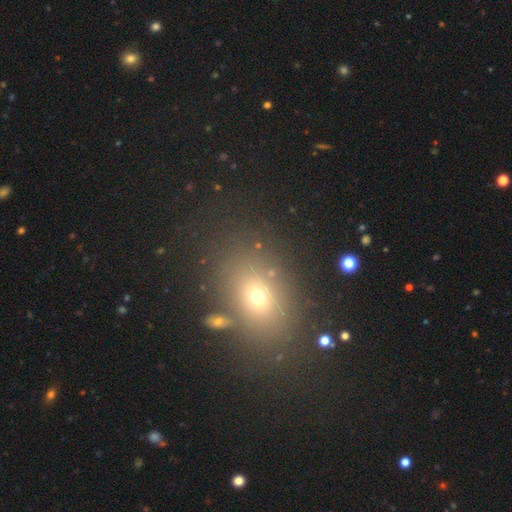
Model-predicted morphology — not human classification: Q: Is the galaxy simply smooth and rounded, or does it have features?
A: smooth — 60%.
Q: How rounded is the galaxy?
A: in between — 61%.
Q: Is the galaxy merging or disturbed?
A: none — 85%.